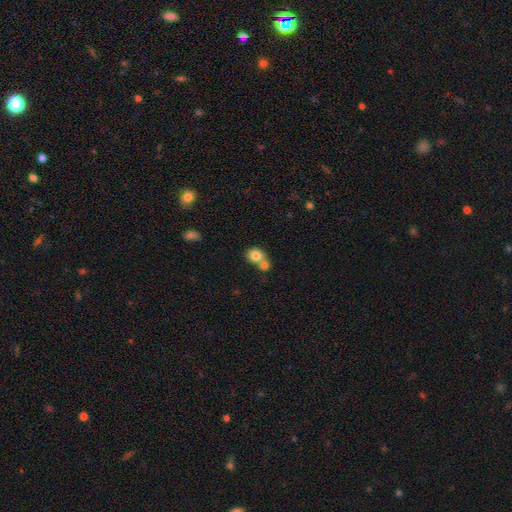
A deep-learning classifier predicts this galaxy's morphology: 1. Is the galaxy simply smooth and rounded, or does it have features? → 80% smooth, 11% featured or disk, 9% star or artifact.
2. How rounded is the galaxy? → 75% round, 24% in between, 1% cigar-shaped.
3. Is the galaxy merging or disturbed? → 56% merger, 35% none, 7% minor disturbance, 3% major disturbance.